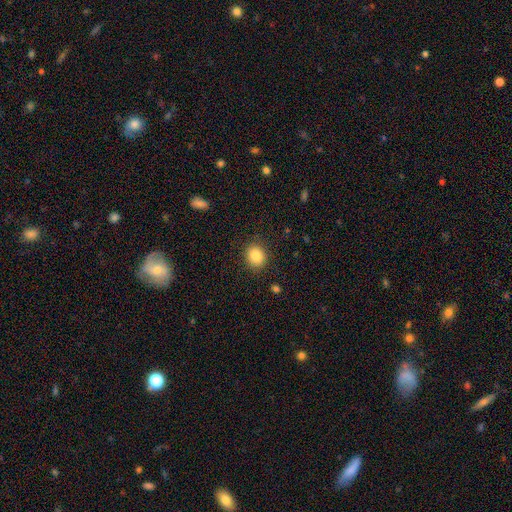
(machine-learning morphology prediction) The model was most divided on "how rounded": round: 64%, in between: 35%, cigar-shaped: 1%. More confident: merging — none (88%); smooth or featured — smooth (86%).